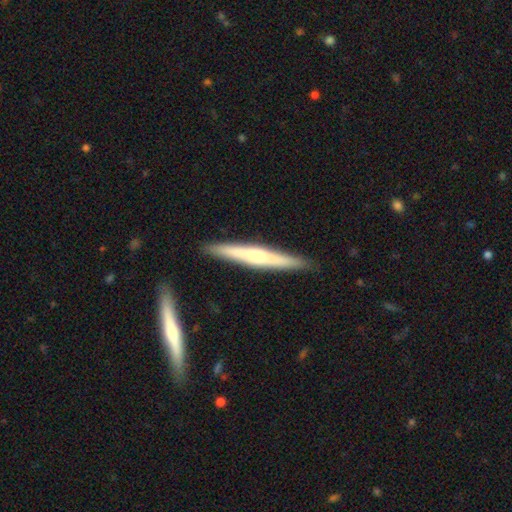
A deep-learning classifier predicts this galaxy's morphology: Smooth or featured? Predicted: featured or disk (p=0.54). Edge-on disk? Predicted: yes (p=0.96). Edge-on bulge? Predicted: rounded (p=0.53). Merging? Predicted: none (p=0.89).